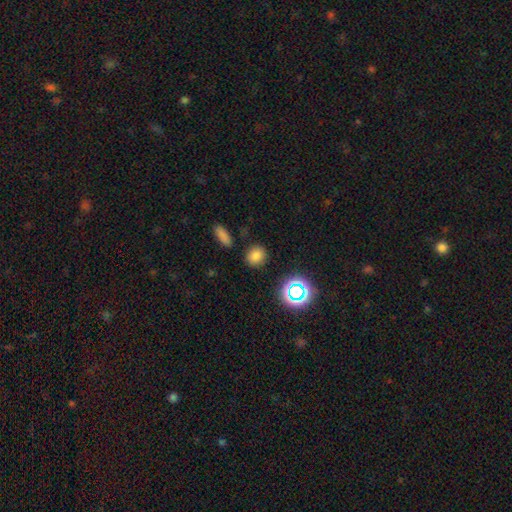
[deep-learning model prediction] A smooth galaxy with no disk features (78%) that is round (75%).

Vote fractions:
- Smooth or featured? smooth: 78% / star or artifact: 17% / featured or disk: 6%
- How rounded? round: 75% / in between: 23% / cigar-shaped: 2%
- Merging? none: 85% / minor disturbance: 9% / merger: 3% / major disturbance: 3%